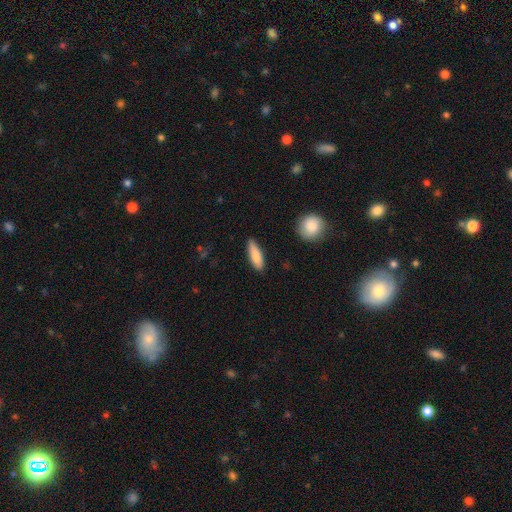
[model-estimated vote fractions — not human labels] Morphology: type=smooth (84%); roundness=in between (50%); merging=none (85%).